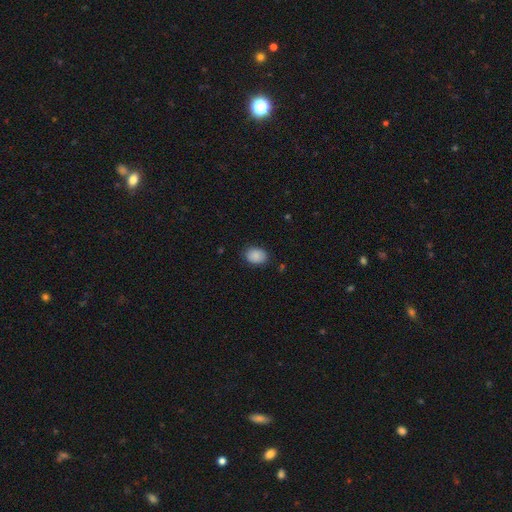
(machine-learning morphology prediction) Q: Smooth or featured?
A: smooth (88%); runner-up: star or artifact (7%)
Q: How rounded?
A: in between (69%); runner-up: round (30%)
Q: Merging?
A: none (83%); runner-up: minor disturbance (13%)